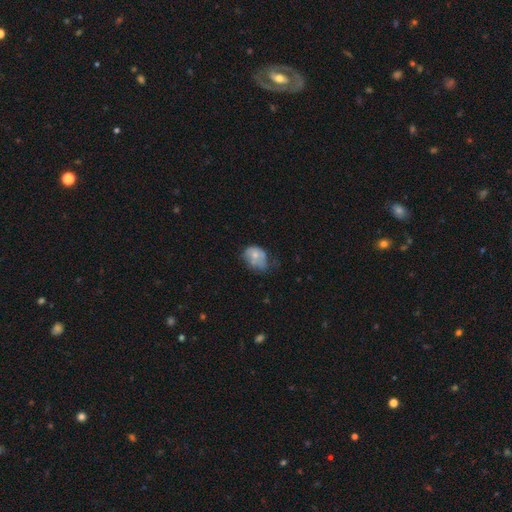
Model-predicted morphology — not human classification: Smooth or featured? smooth (62%)
How rounded? in between (62%)
Merging? minor disturbance (39%)